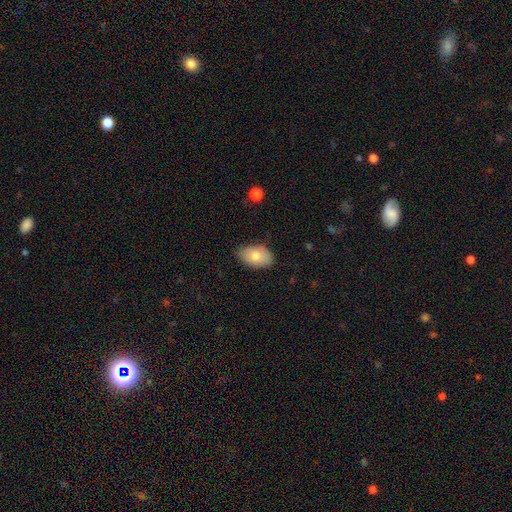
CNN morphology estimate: Smooth or featured?
  - smooth: 75% *
  - featured or disk: 18%
  - star or artifact: 7%
How rounded?
  - in between: 91% *
  - round: 8%
  - cigar-shaped: 1%
Merging?
  - none: 79% *
  - minor disturbance: 17%
  - major disturbance: 3%
  - merger: 1%